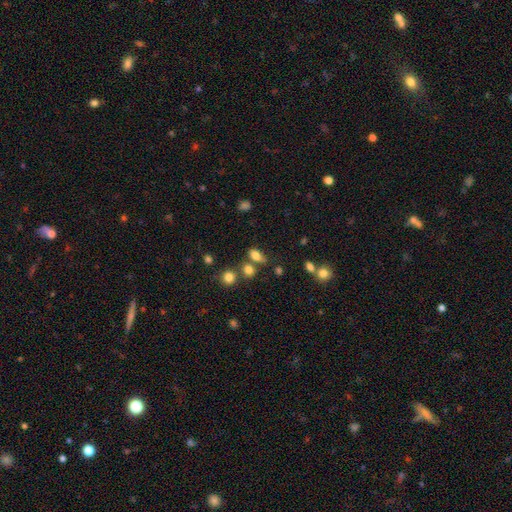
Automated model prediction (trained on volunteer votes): smooth-or-featured: smooth: 78% | star or artifact: 13% | featured or disk: 10%
  how-rounded: in between: 81% | round: 12% | cigar-shaped: 6%
  merging: none: 59% | merger: 18% | minor disturbance: 17% | major disturbance: 7%